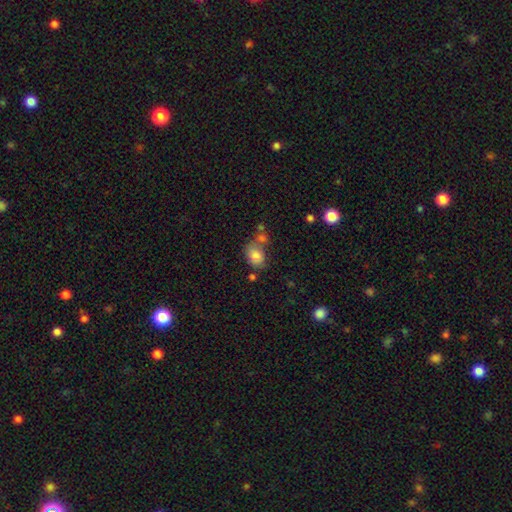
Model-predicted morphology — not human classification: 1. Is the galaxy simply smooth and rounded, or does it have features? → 81% smooth, 10% featured or disk, 9% star or artifact.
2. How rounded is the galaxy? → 67% in between, 32% round, 1% cigar-shaped.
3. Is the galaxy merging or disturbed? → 49% none, 26% merger, 18% minor disturbance, 7% major disturbance.